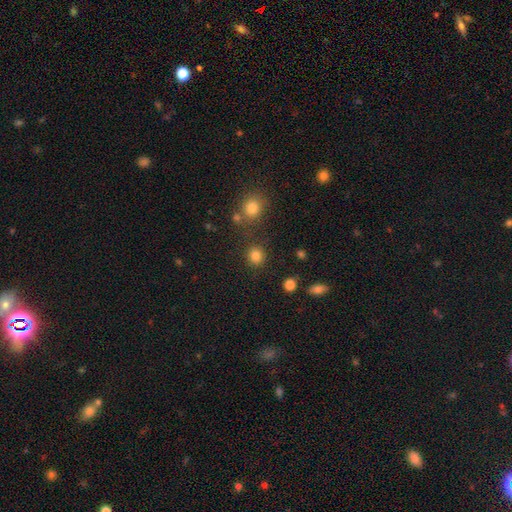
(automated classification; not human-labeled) The model was most divided on "smooth or featured": smooth: 83%, star or artifact: 13%, featured or disk: 4%. More confident: how rounded — round (85%); merging — none (81%).